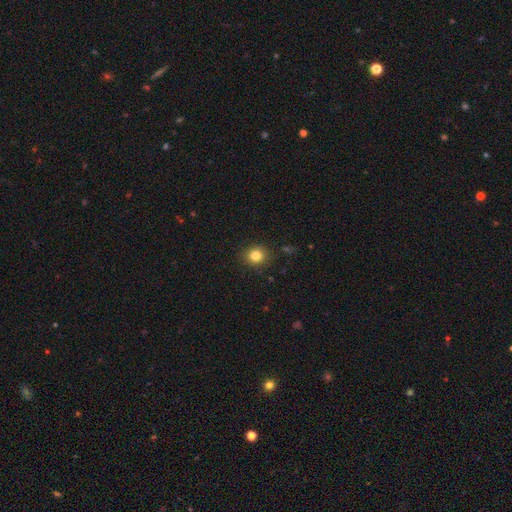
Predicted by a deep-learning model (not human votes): The model was most divided on "how rounded": round: 81%, in between: 18%, cigar-shaped: 1%. More confident: merging — none (89%); smooth or featured — smooth (82%).